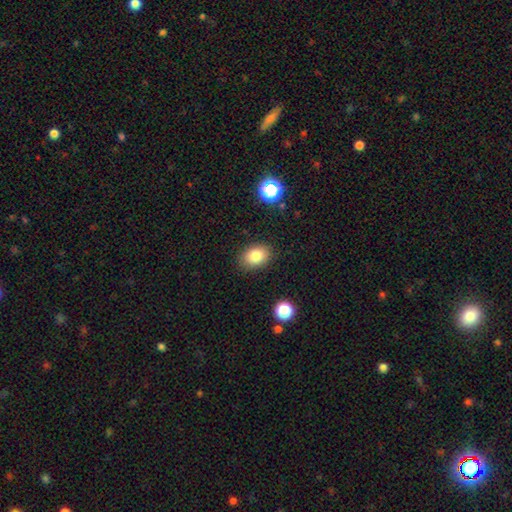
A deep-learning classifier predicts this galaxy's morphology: A smooth galaxy with no disk features (83%) that is in between round and cigar-shaped (78%). Merging: none (86%).